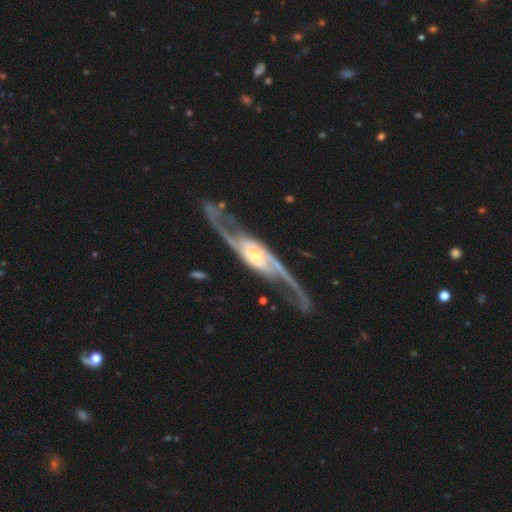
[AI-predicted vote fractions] Smooth or featured: featured or disk — 92% (smooth — 4%)
Edge-on disk: no — 85% (yes — 15%)
Bar: no — 42% (weak — 35%)
Spiral arms: yes — 97% (no — 3%)
Spiral winding: loose — 57% (medium — 32%)
Spiral arm count: 2 — 93% (can't tell — 2%)
Bulge size: moderate — 51% (small — 30%)
Merging: none — 68% (minor disturbance — 15%)